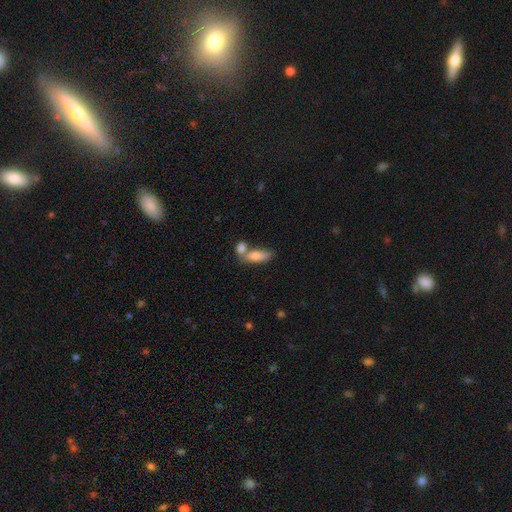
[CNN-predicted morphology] Smooth or featured? Predicted: smooth (p=0.83). How rounded? Predicted: in between (p=0.74). Merging? Predicted: merger (p=0.44).